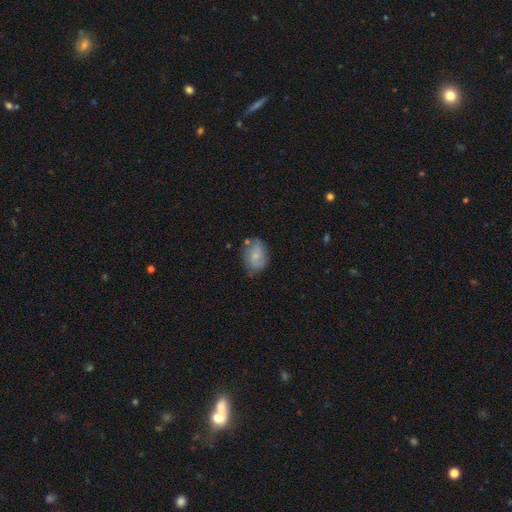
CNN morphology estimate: Smooth or featured: smooth — 52% (featured or disk — 41%)
How rounded: in between — 70% (round — 28%)
Merging: none — 65% (minor disturbance — 24%)